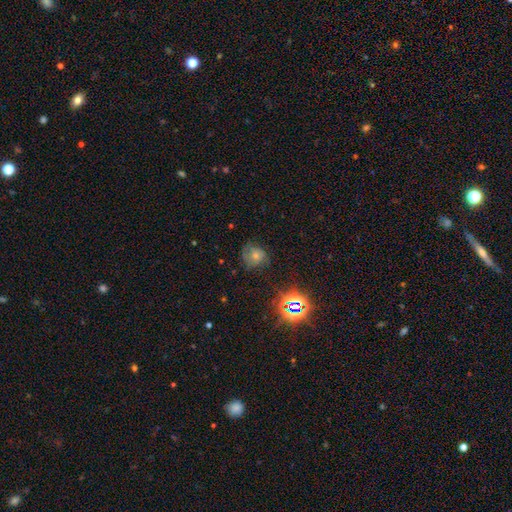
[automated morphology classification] This appears to be a smooth galaxy with no disk features (51%) that is round (79%). Merging: none (60%).